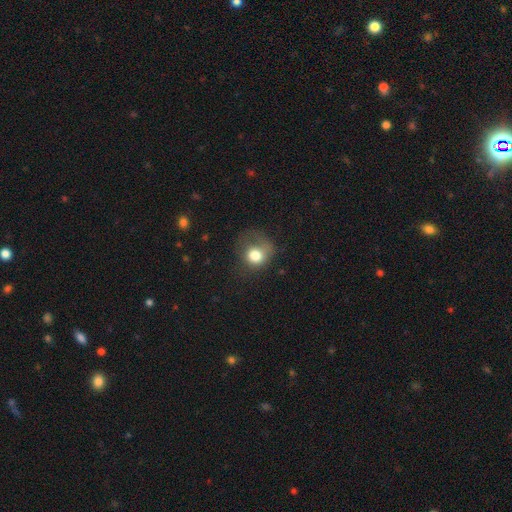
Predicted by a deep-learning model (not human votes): This appears to be a smooth galaxy with no disk features (73%) that is round (71%). Merging: major disturbance (40%).